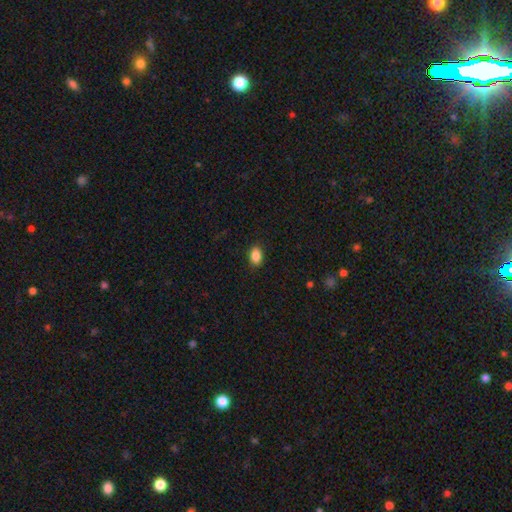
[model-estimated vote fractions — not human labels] Smooth or featured?
  - smooth: 88% *
  - star or artifact: 8%
  - featured or disk: 4%
How rounded?
  - in between: 85% *
  - round: 13%
  - cigar-shaped: 2%
Merging?
  - none: 89% *
  - minor disturbance: 8%
  - major disturbance: 2%
  - merger: 1%